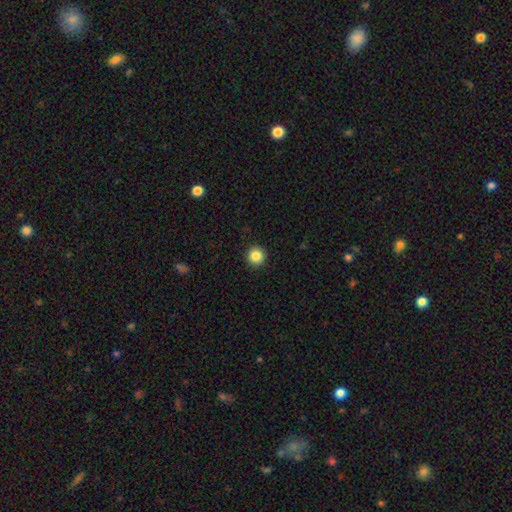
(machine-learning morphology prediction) smooth_or_featured: smooth (p=0.86) [alt: star or artifact p=0.10]
how_rounded: round (p=0.96) [alt: in between p=0.03]
merging: none (p=0.93) [alt: minor disturbance p=0.04]